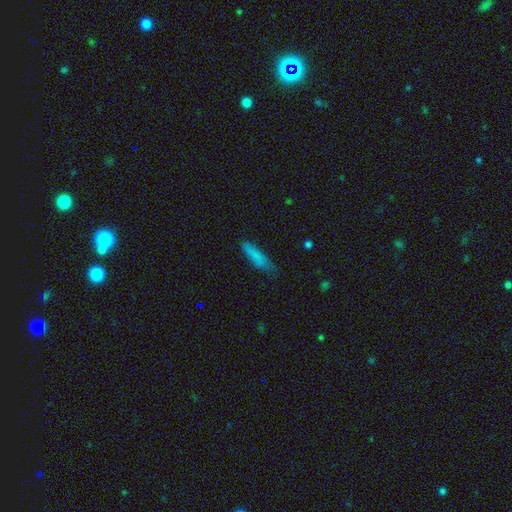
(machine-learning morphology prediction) Overall: smooth (81%). How rounded: cigar-shaped (76%). Merging: none (67%).